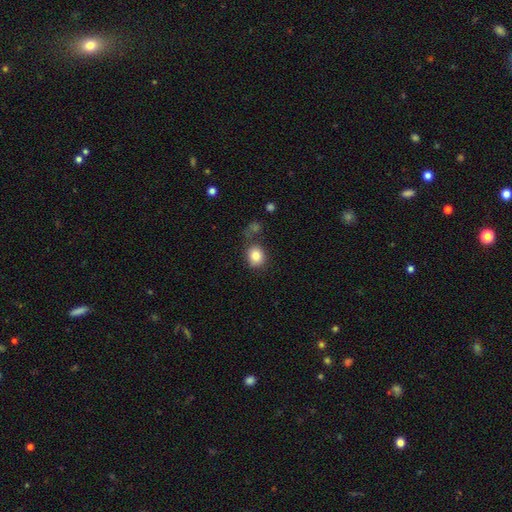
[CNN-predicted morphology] Smooth or featured?
  - smooth: 84% *
  - star or artifact: 9%
  - featured or disk: 7%
How rounded?
  - round: 64% *
  - in between: 35%
  - cigar-shaped: 1%
Merging?
  - none: 71% *
  - minor disturbance: 15%
  - merger: 9%
  - major disturbance: 6%